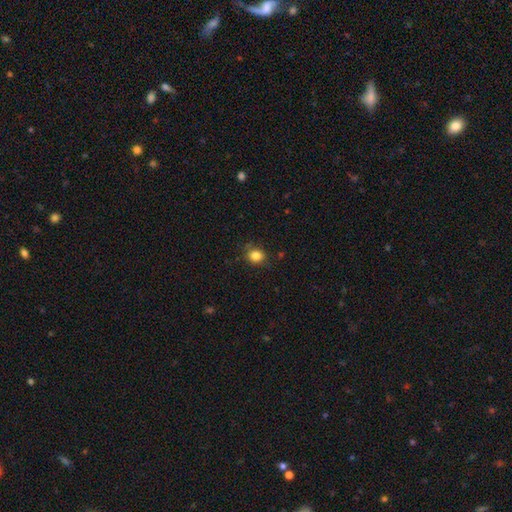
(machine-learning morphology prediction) Smooth or featured? Predicted: smooth (p=0.84). How rounded? Predicted: round (p=0.73). Merging? Predicted: none (p=0.82).